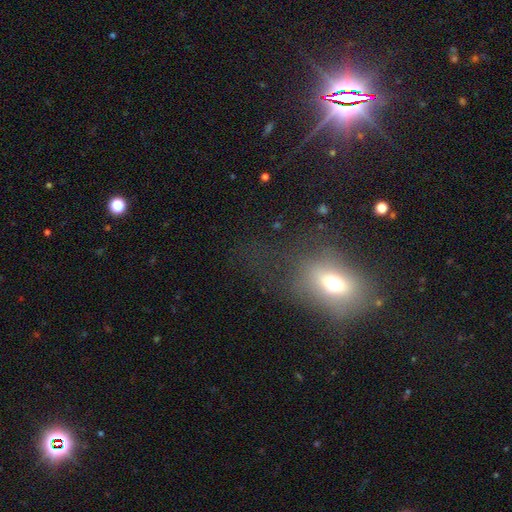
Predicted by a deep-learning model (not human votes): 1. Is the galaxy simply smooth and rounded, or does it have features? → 43% smooth, 39% star or artifact, 18% featured or disk.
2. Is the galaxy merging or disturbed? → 57% none, 20% minor disturbance, 20% major disturbance, 4% merger.